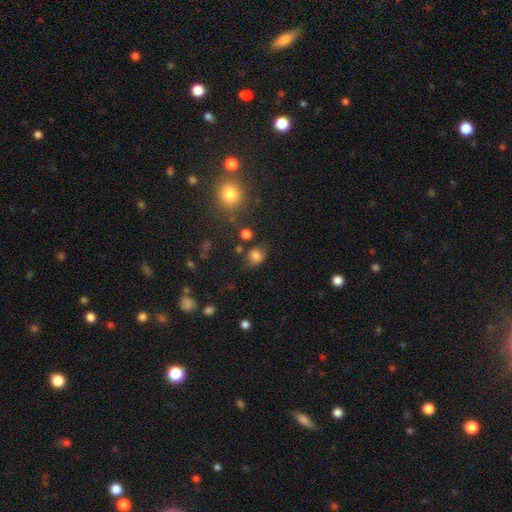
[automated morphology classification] Smooth or featured? smooth (80%)
How rounded? round (66%)
Merging? none (71%)